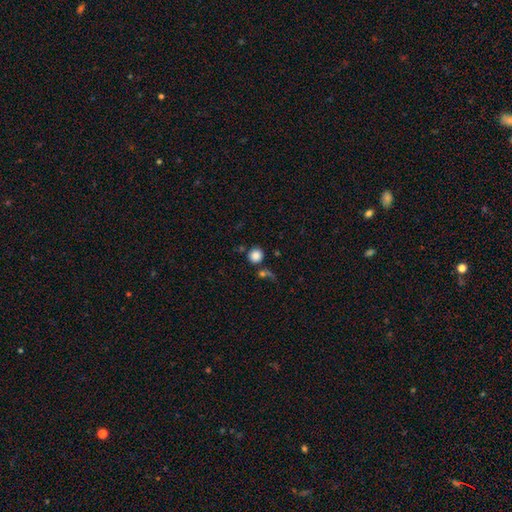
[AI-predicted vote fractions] Overall: smooth (84%). How rounded: round (94%). Merging: none (72%).